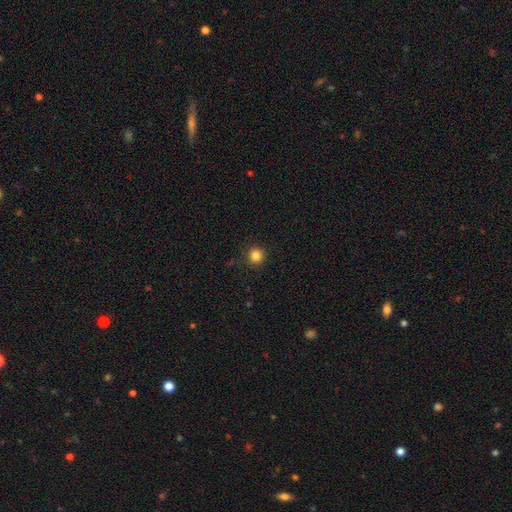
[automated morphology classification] This is clearly a smooth galaxy (84%). How rounded: clearly round (94%). Merging: clearly none (89%).